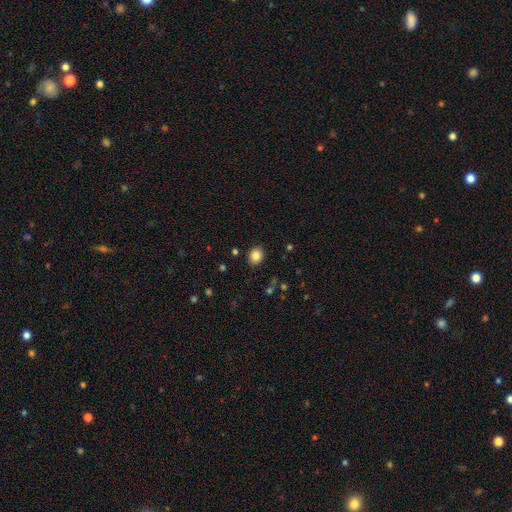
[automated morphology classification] This is clearly a smooth galaxy (84%). How rounded: likely round (62%). Merging: clearly none (89%).